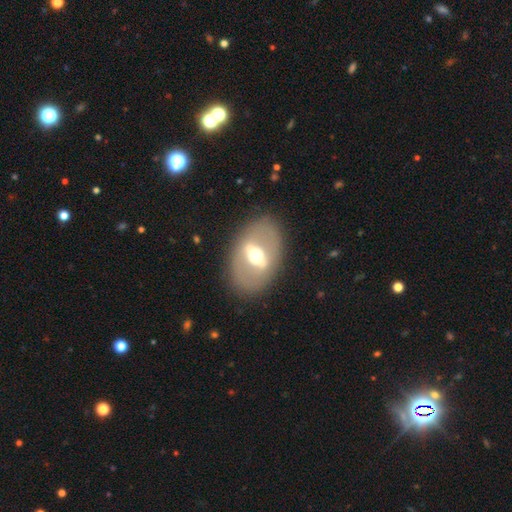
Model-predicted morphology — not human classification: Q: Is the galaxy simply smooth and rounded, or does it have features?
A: featured or disk — 63%.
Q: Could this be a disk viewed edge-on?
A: no — 82%.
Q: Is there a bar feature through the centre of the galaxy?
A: strong — 63%.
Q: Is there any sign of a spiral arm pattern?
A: no — 89%.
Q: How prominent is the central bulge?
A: moderate — 66%.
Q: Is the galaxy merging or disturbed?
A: none — 84%.